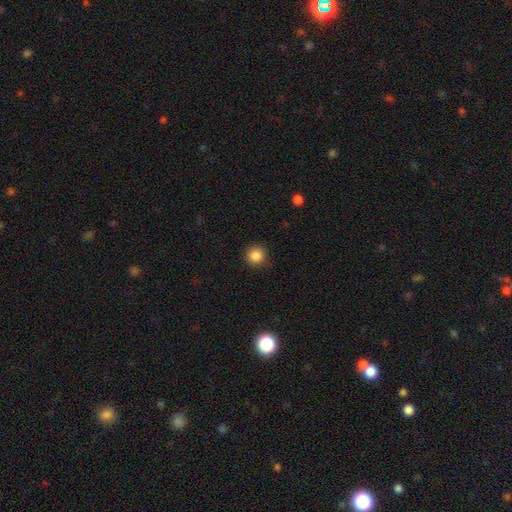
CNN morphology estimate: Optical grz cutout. It shows a smooth galaxy with no disk features (86%) that is round (94%). Merging: none (89%).